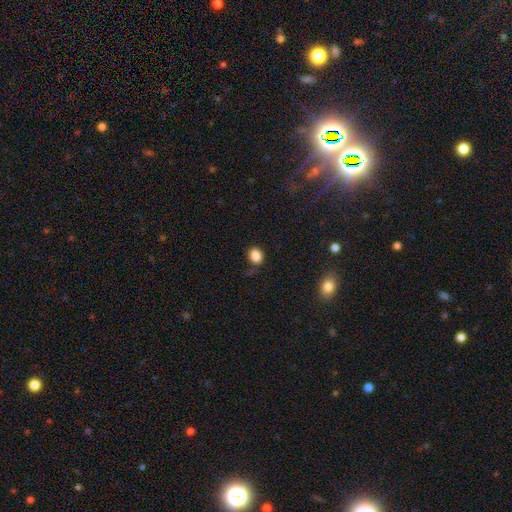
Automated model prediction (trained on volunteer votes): This is clearly a smooth galaxy (85%). How rounded: likely round (62%). Merging: likely none (70%).